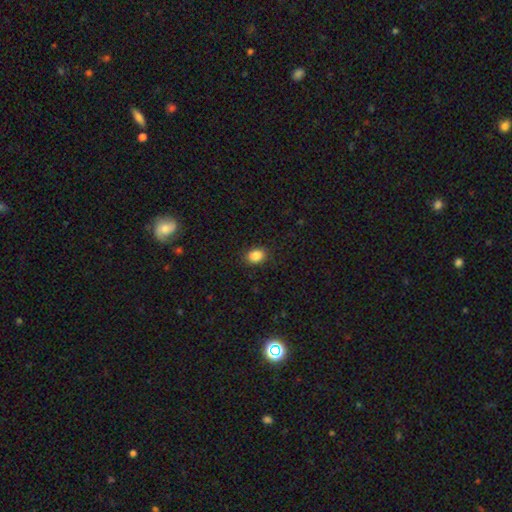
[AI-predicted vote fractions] Smooth or featured? smooth (87%)
How rounded? in between (60%)
Merging? none (88%)